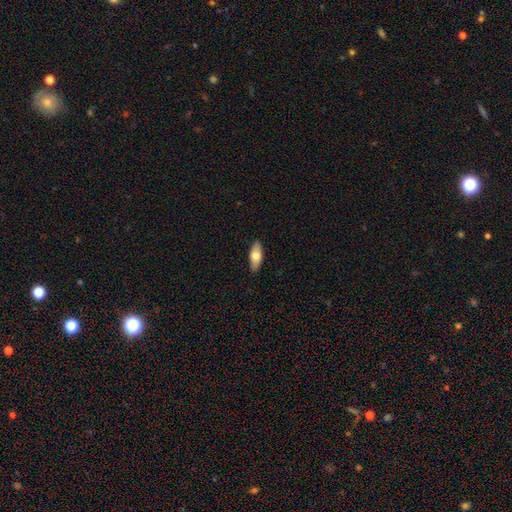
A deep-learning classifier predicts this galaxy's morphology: The model was most divided on "smooth or featured": smooth: 70%, featured or disk: 24%, star or artifact: 6%. More confident: merging — none (88%); how rounded — in between (78%).